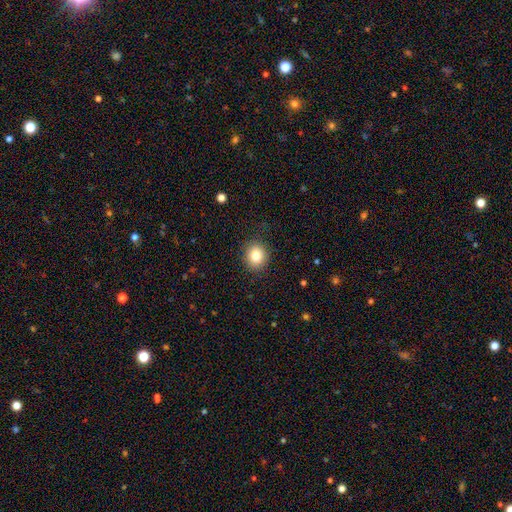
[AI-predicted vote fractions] This is clearly a smooth galaxy (82%). How rounded: likely round (76%). Merging: clearly none (88%).